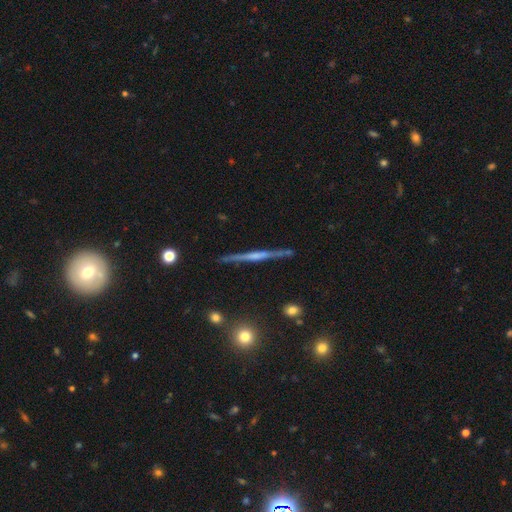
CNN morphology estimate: This is likely a featured or disk galaxy (74%). It is clearly viewed edge-on (98%). Edge-on bulge: possibly none (46%). Merging: clearly none (88%).